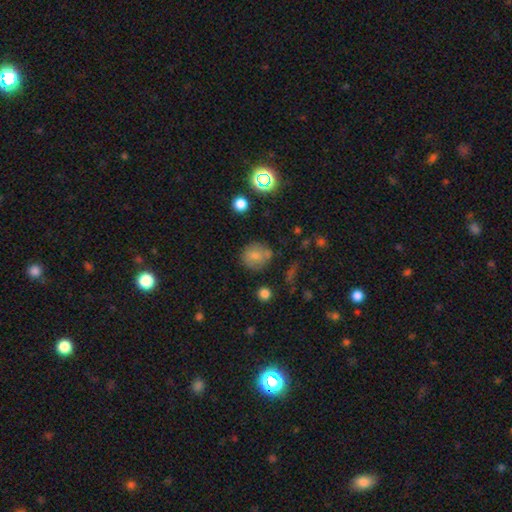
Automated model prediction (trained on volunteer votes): smooth-or-featured: smooth: 73% | featured or disk: 14% | star or artifact: 13%
  how-rounded: round: 83% | in between: 16% | cigar-shaped: 1%
  merging: none: 69% | minor disturbance: 18% | merger: 7% | major disturbance: 6%